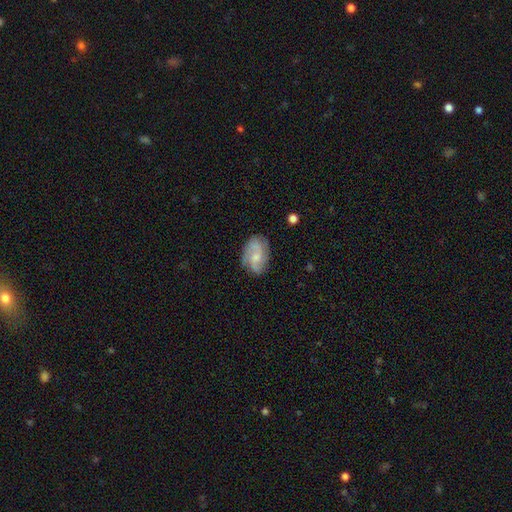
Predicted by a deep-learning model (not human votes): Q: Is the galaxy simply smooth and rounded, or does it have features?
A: featured or disk — 66%.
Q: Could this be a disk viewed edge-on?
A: no — 97%.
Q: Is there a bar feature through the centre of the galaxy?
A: no — 57%.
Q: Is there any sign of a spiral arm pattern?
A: yes — 92%.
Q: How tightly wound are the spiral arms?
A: medium — 47%.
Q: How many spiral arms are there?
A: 2 — 43%.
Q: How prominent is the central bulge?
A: moderate — 41%.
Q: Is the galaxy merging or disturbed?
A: none — 72%.